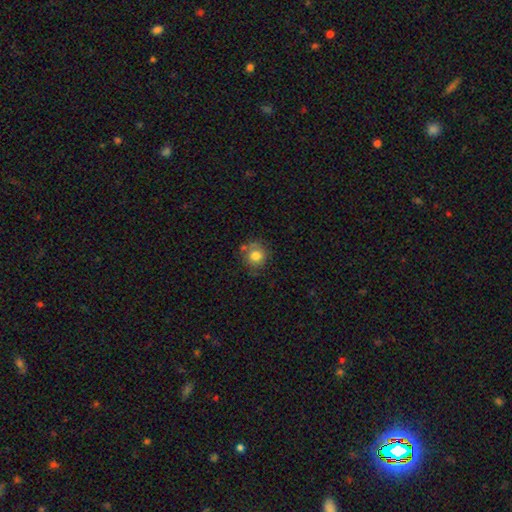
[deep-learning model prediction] Overall: smooth (78%). How rounded: round (87%). Merging: none (67%).